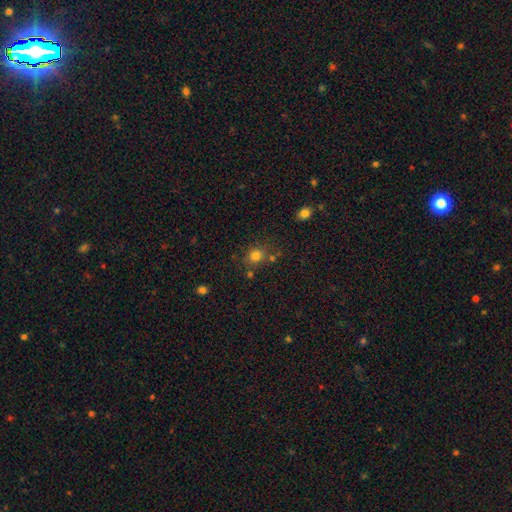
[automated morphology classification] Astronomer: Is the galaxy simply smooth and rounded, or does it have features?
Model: smooth — 78%.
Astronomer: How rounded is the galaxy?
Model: round — 80%.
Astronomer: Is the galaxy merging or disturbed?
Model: none — 72%.